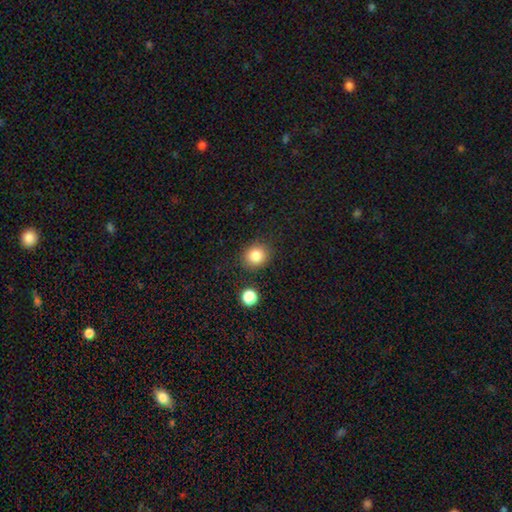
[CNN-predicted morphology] smooth_or_featured: smooth (p=0.84) [alt: star or artifact p=0.11]
how_rounded: round (p=0.75) [alt: in between p=0.24]
merging: none (p=0.85) [alt: minor disturbance p=0.09]